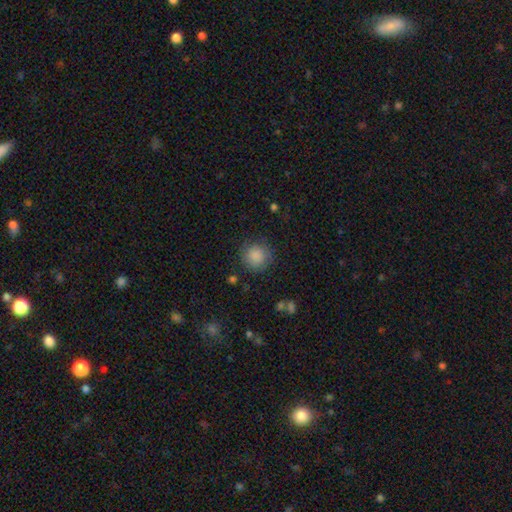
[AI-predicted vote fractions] Morphology: type=smooth (86%); roundness=round (93%); merging=none (83%).